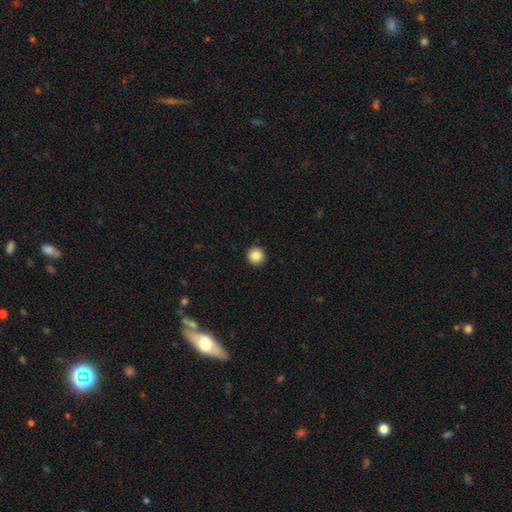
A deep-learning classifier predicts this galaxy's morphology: Q: Smooth or featured?
A: smooth (86%); runner-up: star or artifact (9%)
Q: How rounded?
A: round (96%); runner-up: in between (3%)
Q: Merging?
A: none (94%); runner-up: minor disturbance (4%)